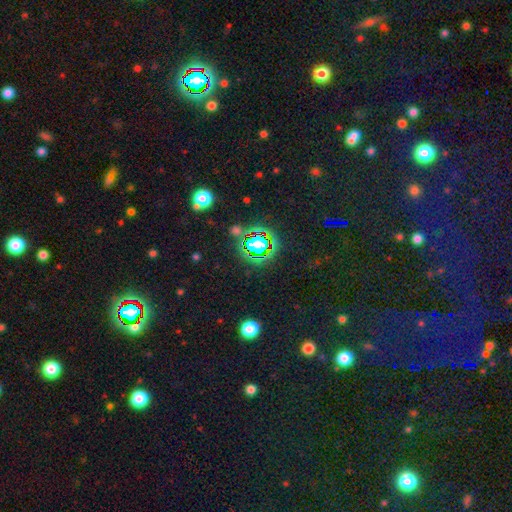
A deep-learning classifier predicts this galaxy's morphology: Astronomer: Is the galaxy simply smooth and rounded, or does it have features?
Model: star or artifact — 78%.